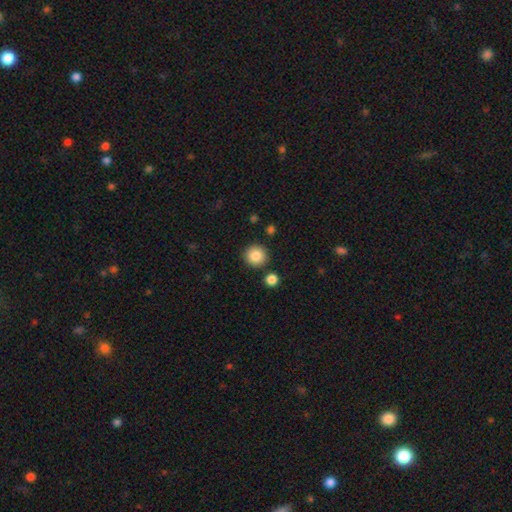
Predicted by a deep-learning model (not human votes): Smooth or featured? smooth (86%)
How rounded? round (94%)
Merging? none (88%)